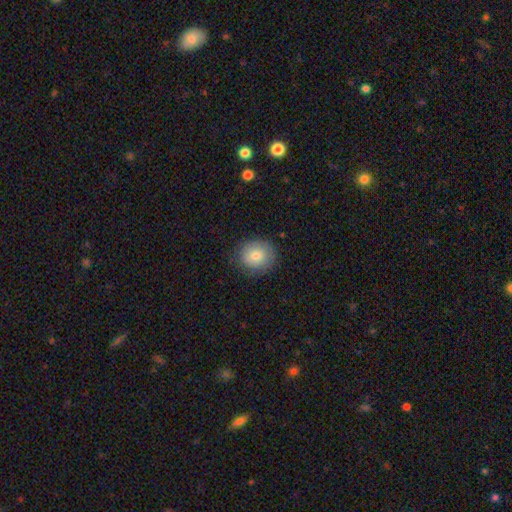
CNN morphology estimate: Smooth or featured?
  - smooth: 79% *
  - featured or disk: 12%
  - star or artifact: 9%
How rounded?
  - round: 84% *
  - in between: 15%
  - cigar-shaped: 1%
Merging?
  - none: 84% *
  - minor disturbance: 12%
  - major disturbance: 3%
  - merger: 1%